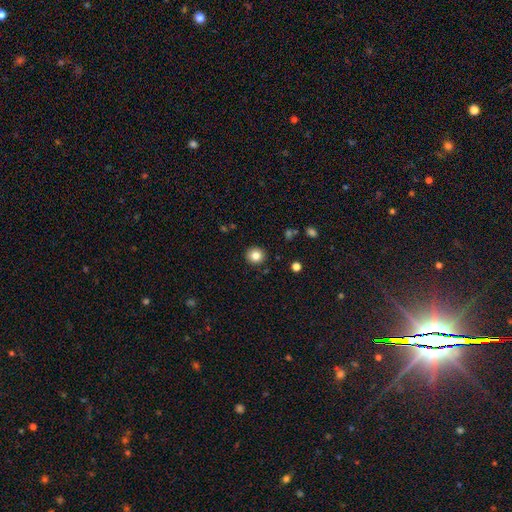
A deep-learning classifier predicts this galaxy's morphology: A smooth galaxy with no disk features (83%) that is round (91%). Merging: none (91%).